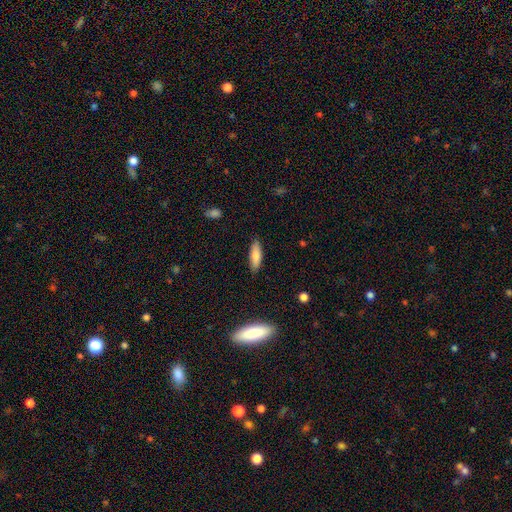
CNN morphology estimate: The model was most divided on "how rounded": in between: 52%, cigar-shaped: 46%, round: 2%. More confident: merging — none (86%); smooth or featured — smooth (81%).